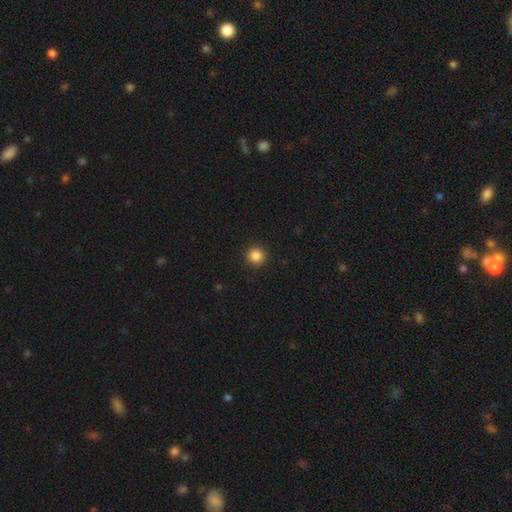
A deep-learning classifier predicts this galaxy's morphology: smooth 86%, star or artifact 11%, featured or disk 3%. Down the decision tree: how rounded — round (95%); merging — none (93%).